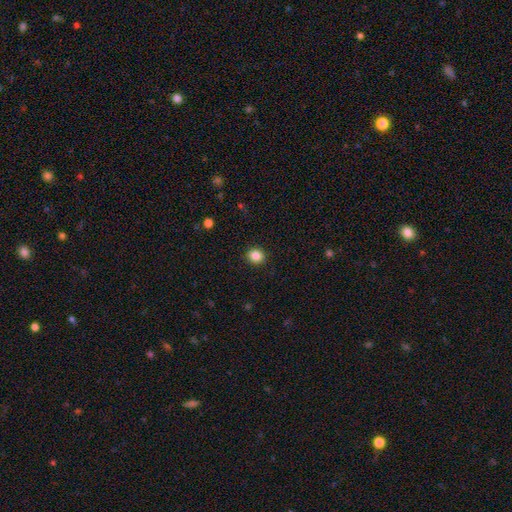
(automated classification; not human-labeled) Morphology: type=smooth (85%); roundness=round (83%); merging=none (91%).